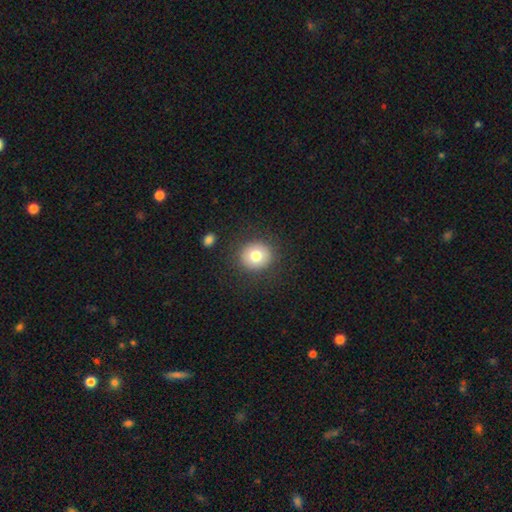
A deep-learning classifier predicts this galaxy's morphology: Smooth or featured?
  - smooth: 79% *
  - featured or disk: 11%
  - star or artifact: 10%
How rounded?
  - round: 84% *
  - in between: 15%
  - cigar-shaped: 1%
Merging?
  - none: 87% *
  - minor disturbance: 8%
  - major disturbance: 3%
  - merger: 2%